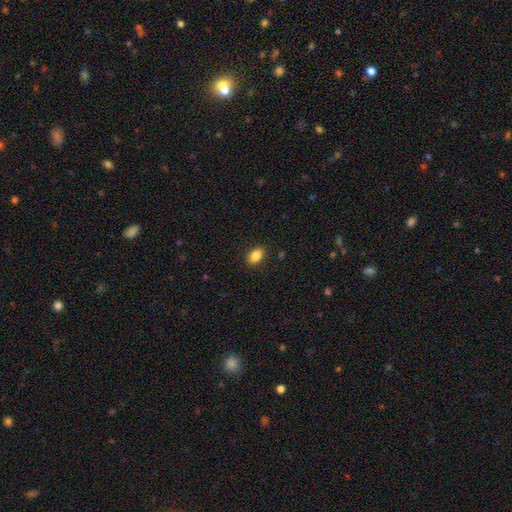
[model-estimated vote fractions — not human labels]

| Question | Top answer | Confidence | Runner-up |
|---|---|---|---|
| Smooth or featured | smooth | 86% | star or artifact (9%) |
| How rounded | in between | 85% | round (14%) |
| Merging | none | 88% | minor disturbance (8%) |